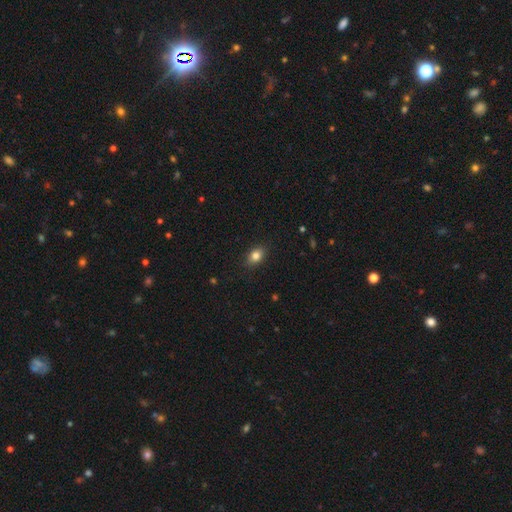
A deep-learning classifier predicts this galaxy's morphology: smooth_or_featured: smooth (p=0.82) [alt: star or artifact p=0.10]
how_rounded: in between (p=0.75) [alt: round p=0.23]
merging: none (p=0.87) [alt: minor disturbance p=0.10]